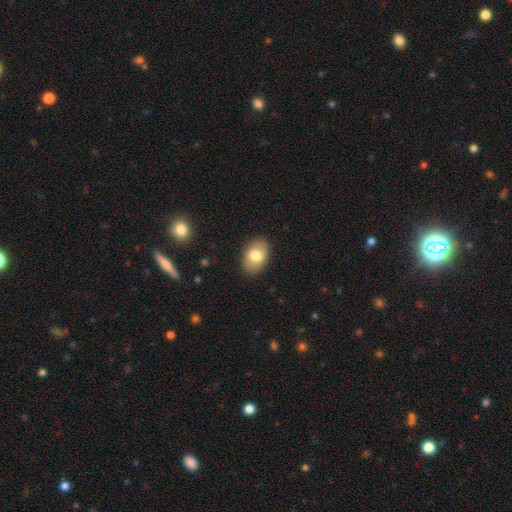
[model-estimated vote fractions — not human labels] smooth_or_featured: smooth (p=0.78) [alt: featured or disk p=0.15]
how_rounded: in between (p=0.87) [alt: round p=0.12]
merging: none (p=0.88) [alt: minor disturbance p=0.09]